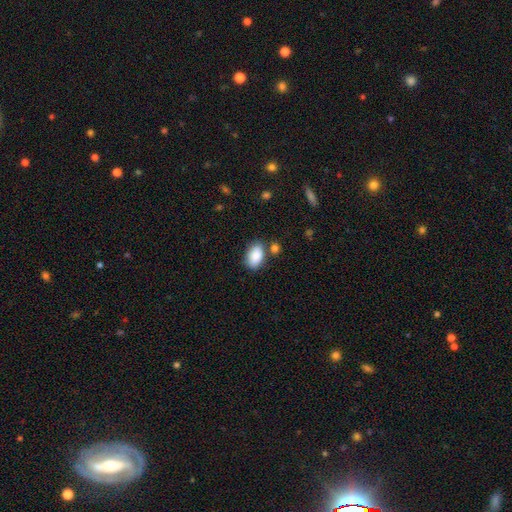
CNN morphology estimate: smooth 87%, star or artifact 7%, featured or disk 6%. Down the decision tree: how rounded — in between (92%); merging — none (70%).